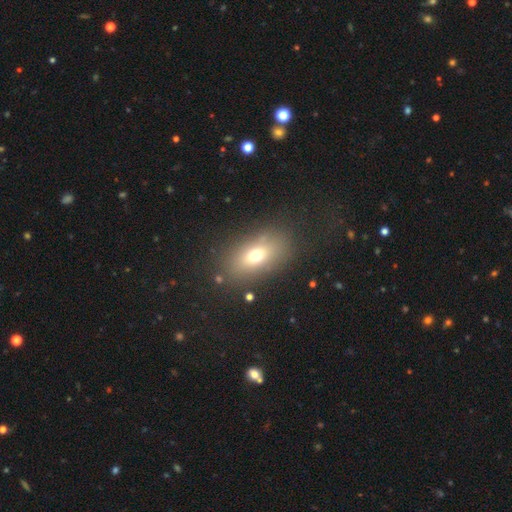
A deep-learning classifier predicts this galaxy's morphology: Smooth or featured?
  - smooth: 67% *
  - featured or disk: 19%
  - star or artifact: 14%
How rounded?
  - in between: 80% *
  - round: 14%
  - cigar-shaped: 6%
Merging?
  - none: 81% *
  - minor disturbance: 11%
  - major disturbance: 6%
  - merger: 2%